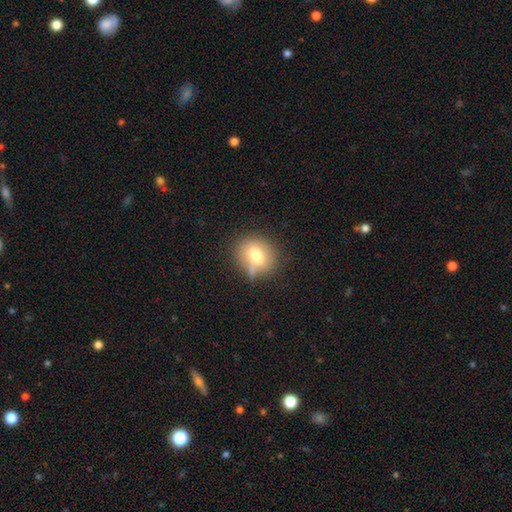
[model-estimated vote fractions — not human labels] A smooth galaxy with no disk features (73%) that is round (68%). Merging: none (63%).